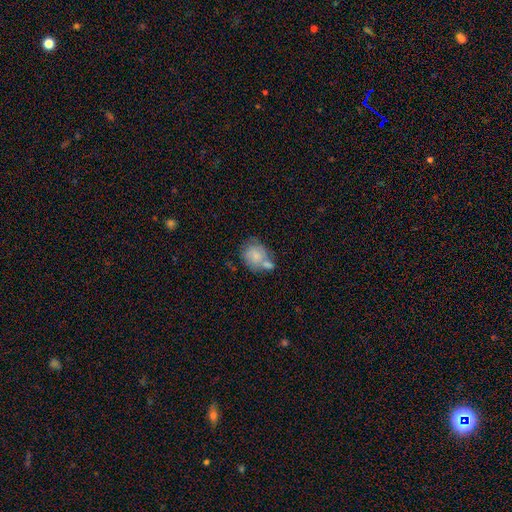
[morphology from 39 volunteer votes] This is likely a smooth galaxy (64%). How rounded: likely in between (68%). Merging: possibly merger (50%).